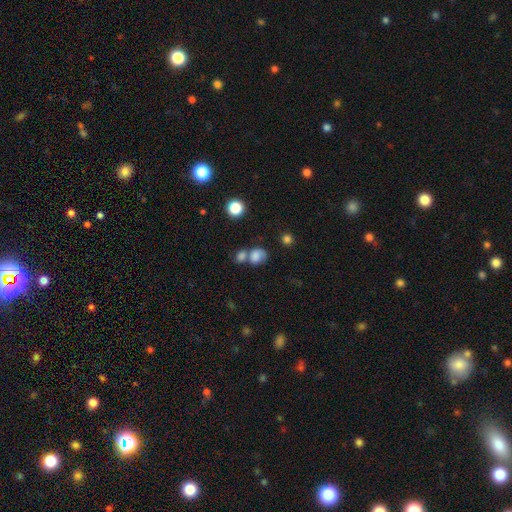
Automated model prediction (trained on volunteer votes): This is likely a smooth galaxy (71%). How rounded: possibly round (53%). Merging: possibly merger (48%).